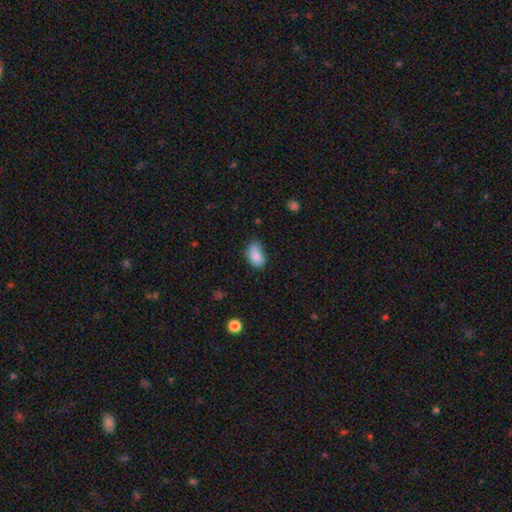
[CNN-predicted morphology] Smooth or featured? smooth (85%)
How rounded? in between (90%)
Merging? none (54%)